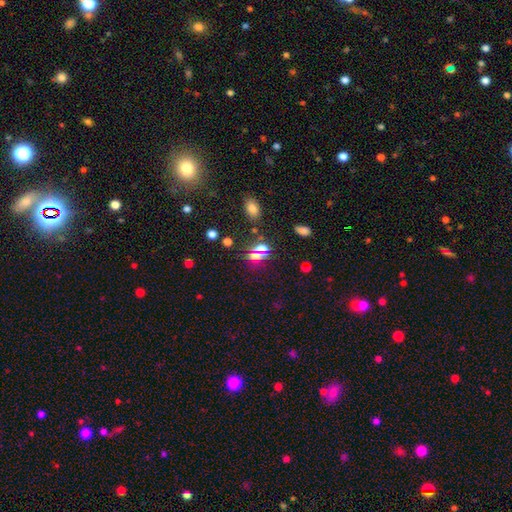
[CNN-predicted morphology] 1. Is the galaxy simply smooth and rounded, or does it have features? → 58% star or artifact, 32% smooth, 9% featured or disk.